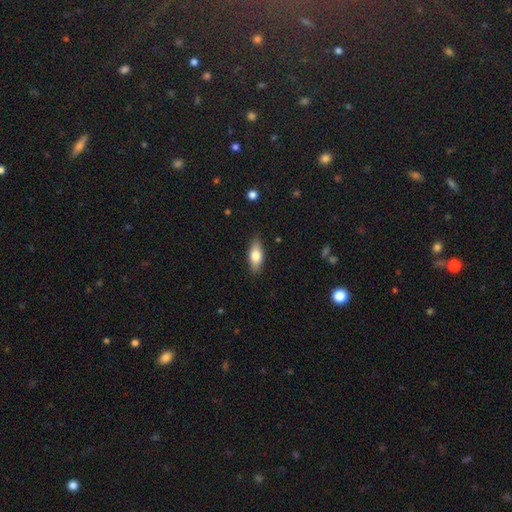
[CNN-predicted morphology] A smooth galaxy with no disk features (75%) that is in between round and cigar-shaped (78%). Merging: none (86%).